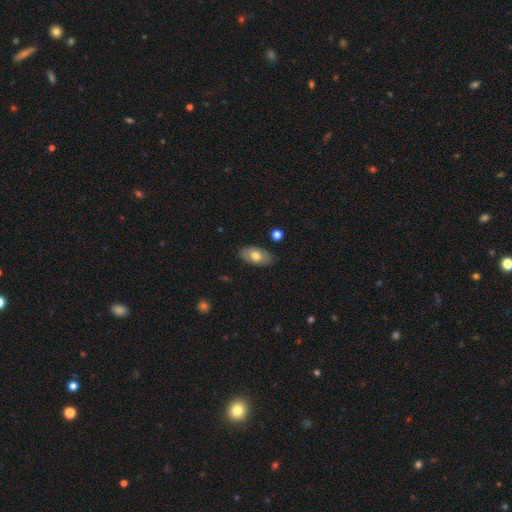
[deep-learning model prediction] The model was most divided on "smooth or featured": smooth: 68%, featured or disk: 26%, star or artifact: 6%. More confident: how rounded — in between (93%); merging — none (85%).